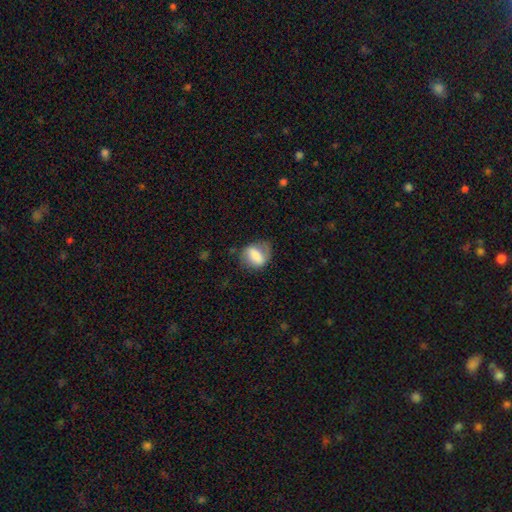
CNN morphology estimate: Smooth or featured? Predicted: smooth (p=0.65). How rounded? Predicted: in between (p=0.64). Merging? Predicted: none (p=0.51).